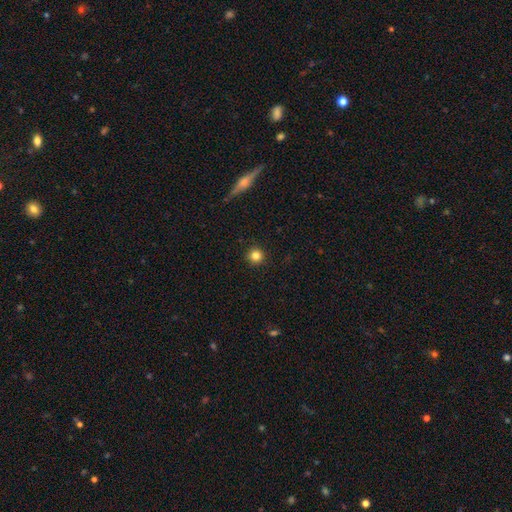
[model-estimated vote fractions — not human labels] A smooth galaxy with no disk features (83%) that is round (95%).

Vote fractions:
- Smooth or featured? smooth: 83% / star or artifact: 11% / featured or disk: 5%
- How rounded? round: 95% / in between: 4% / cigar-shaped: 1%
- Merging? none: 92% / minor disturbance: 5% / major disturbance: 2% / merger: 1%